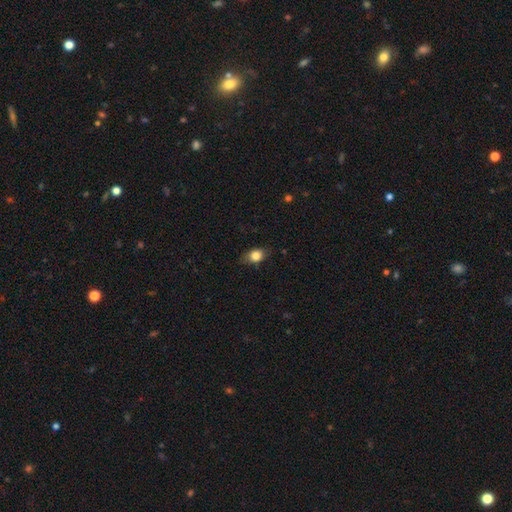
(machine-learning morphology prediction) Overall: smooth (82%). How rounded: in between (63%; round 35%). Merging: none (74%).